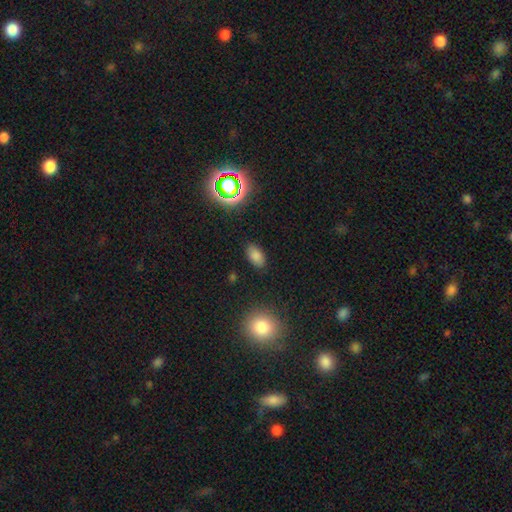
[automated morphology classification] A smooth galaxy with no disk features (77%) that is in between round and cigar-shaped (92%).

Vote fractions:
- Smooth or featured? smooth: 77% / star or artifact: 16% / featured or disk: 7%
- How rounded? in between: 92% / round: 6% / cigar-shaped: 2%
- Merging? none: 85% / minor disturbance: 10% / major disturbance: 3% / merger: 1%